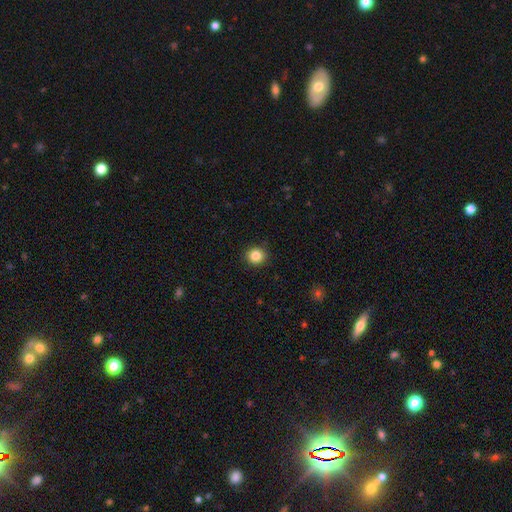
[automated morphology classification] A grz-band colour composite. It shows a smooth galaxy with no disk features (85%) that is round (88%). Merging: none (91%).